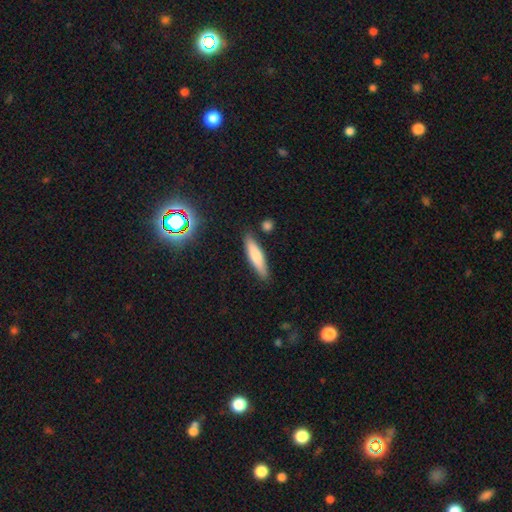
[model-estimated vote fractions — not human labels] smooth_or_featured: smooth (p=0.70) [alt: featured or disk p=0.23]
how_rounded: cigar-shaped (p=0.77) [alt: in between p=0.22]
merging: none (p=0.84) [alt: minor disturbance p=0.10]